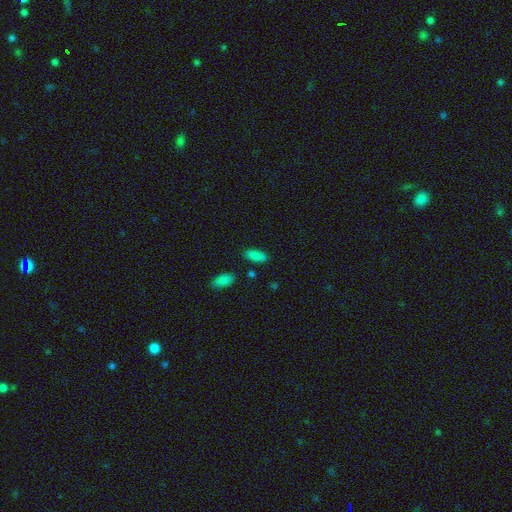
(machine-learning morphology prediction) This appears to be a smooth galaxy with no disk features (85%) that is in between round and cigar-shaped (87%). Merging: none (80%).